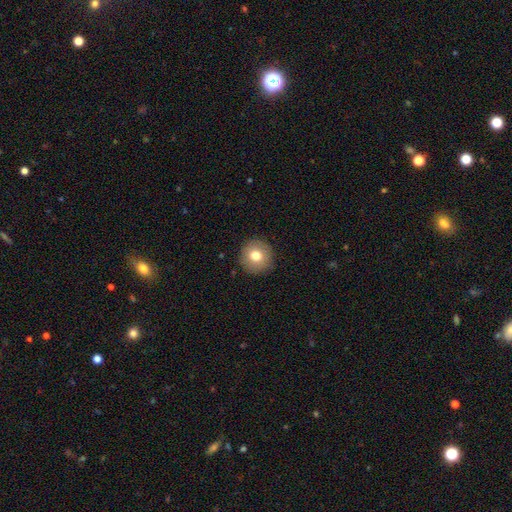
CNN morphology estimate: The model was most divided on "smooth or featured": smooth: 76%, featured or disk: 14%, star or artifact: 10%. More confident: how rounded — round (95%); merging — none (91%).